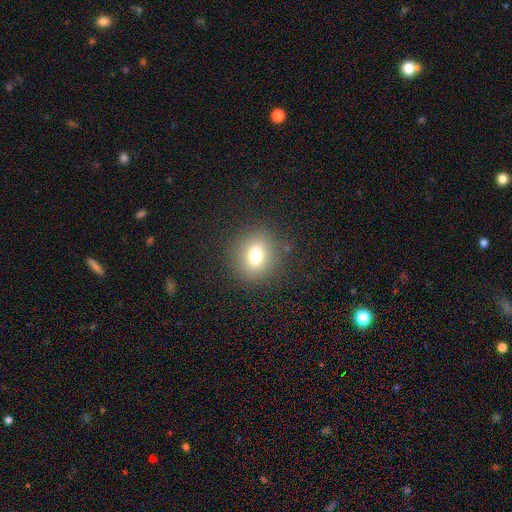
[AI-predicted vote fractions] Morphology: type=smooth (74%); roundness=round (71%); merging=none (87%).